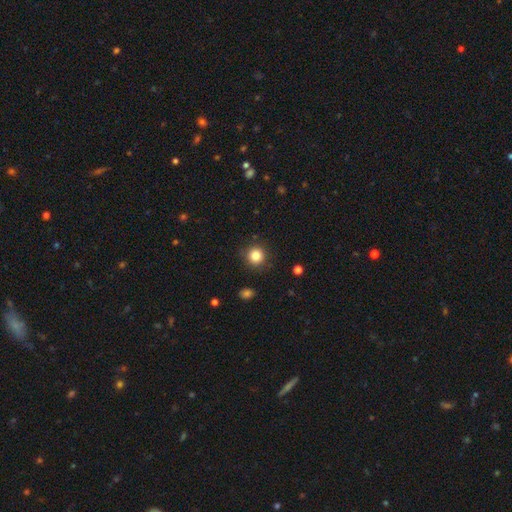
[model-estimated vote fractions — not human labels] This is clearly a smooth galaxy (83%). How rounded: clearly round (93%). Merging: clearly none (88%).